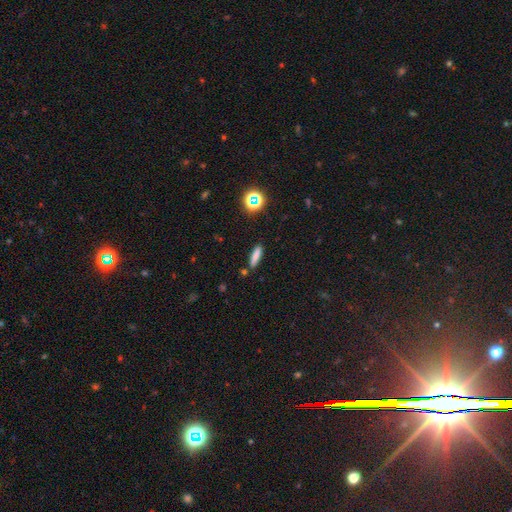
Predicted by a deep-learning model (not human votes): smooth 78%, star or artifact 12%, featured or disk 10%. Down the decision tree: how rounded — cigar-shaped (77%); merging — none (84%).